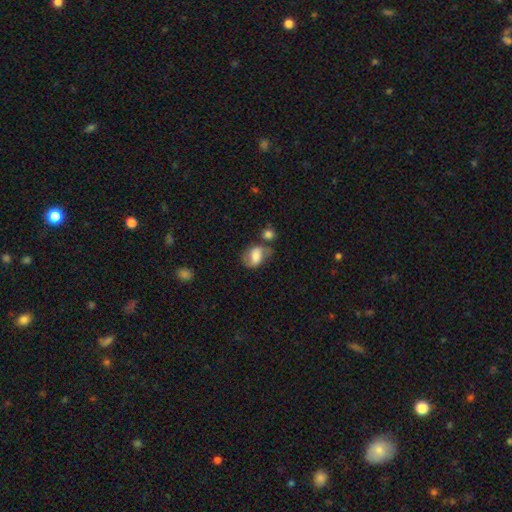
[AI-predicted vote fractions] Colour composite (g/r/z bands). It shows a smooth galaxy with no disk features (56%) that is in between round and cigar-shaped (74%). Merging: none (45%).